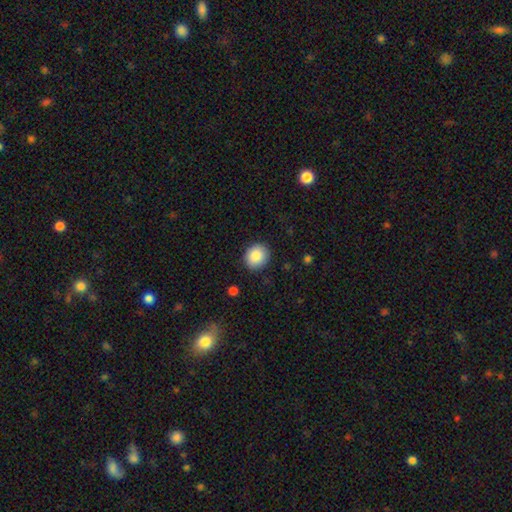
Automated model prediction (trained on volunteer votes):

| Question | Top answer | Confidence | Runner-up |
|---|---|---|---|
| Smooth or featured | smooth | 86% | star or artifact (8%) |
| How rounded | round | 76% | in between (23%) |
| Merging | none | 88% | minor disturbance (8%) |